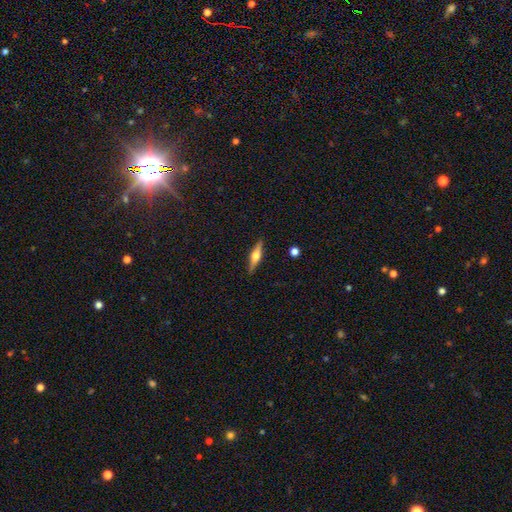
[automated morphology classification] This appears to be a featured or disk galaxy (68%) viewed edge-on (97%) with a rounded central bulge (93%). Merging: none (90%).